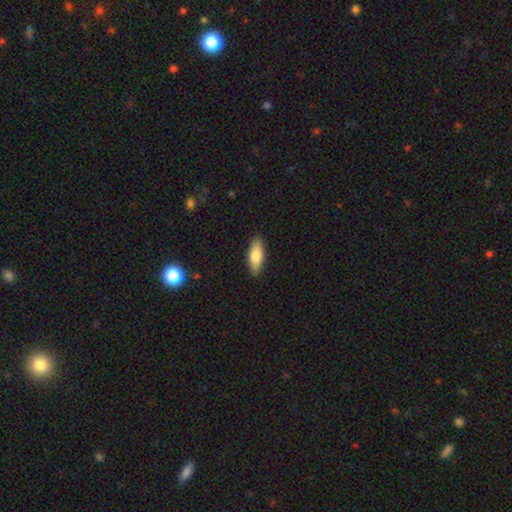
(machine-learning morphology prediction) Smooth or featured? smooth (77%)
How rounded? in between (72%)
Merging? none (89%)